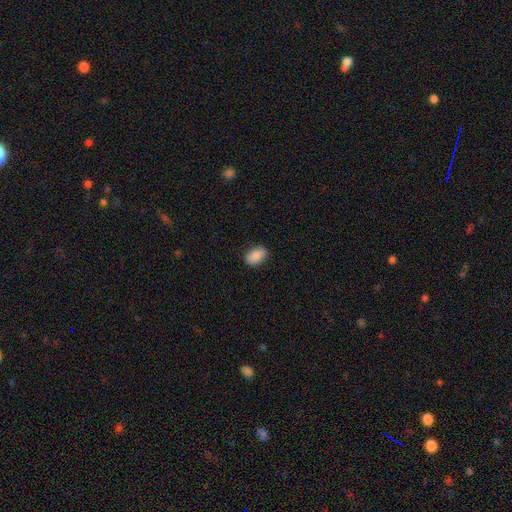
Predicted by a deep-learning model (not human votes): The model was most divided on "merging": none: 87%, minor disturbance: 10%, major disturbance: 2%, merger: 1%. More confident: how rounded — in between (90%); smooth or featured — smooth (87%).